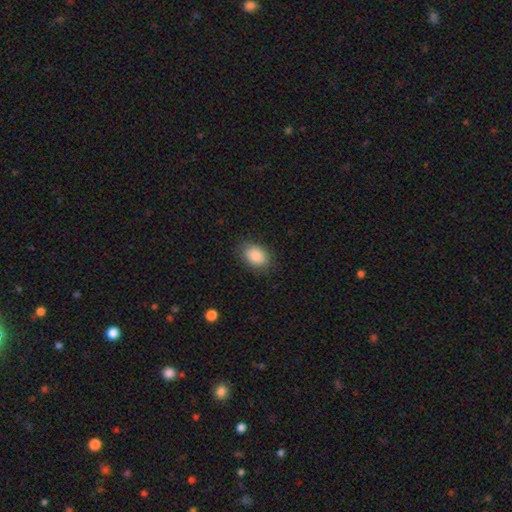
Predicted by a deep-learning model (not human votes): smooth_or_featured: smooth (p=0.88) [alt: star or artifact p=0.07]
how_rounded: in between (p=0.78) [alt: round p=0.21]
merging: none (p=0.85) [alt: minor disturbance p=0.11]